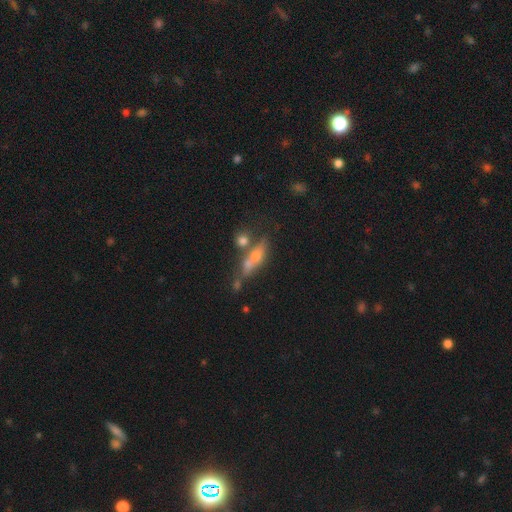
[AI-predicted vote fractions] Smooth or featured? Predicted: featured or disk (p=0.43, tied with smooth). Merging? Predicted: none (p=0.43).